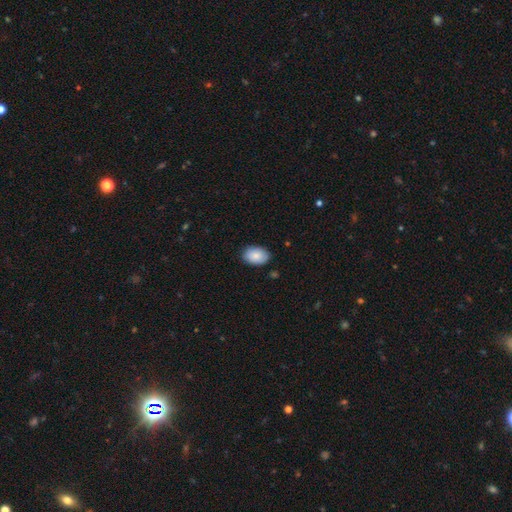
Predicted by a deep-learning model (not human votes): Overall: smooth (86%). How rounded: in between (86%). Merging: none (84%).